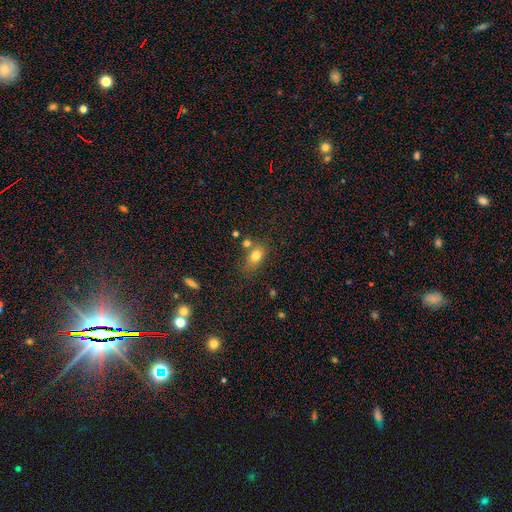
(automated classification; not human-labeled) The model was most divided on "merging": none: 56%, minor disturbance: 19%, merger: 17%, major disturbance: 7%. More confident: smooth or featured — smooth (78%); how rounded — in between (77%).